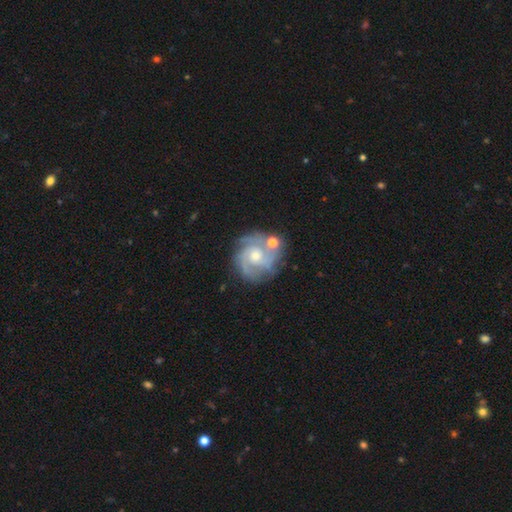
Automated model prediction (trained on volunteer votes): Smooth or featured: featured or disk — 83% (smooth — 11%)
Edge-on disk: no — 98% (yes — 2%)
Bar: no — 71% (weak — 25%)
Spiral arms: yes — 95% (no — 5%)
Spiral winding: tight — 53% (medium — 38%)
Spiral arm count: 3 — 38% (2 — 27%)
Bulge size: moderate — 59% (small — 33%)
Merging: none — 66% (minor disturbance — 17%)